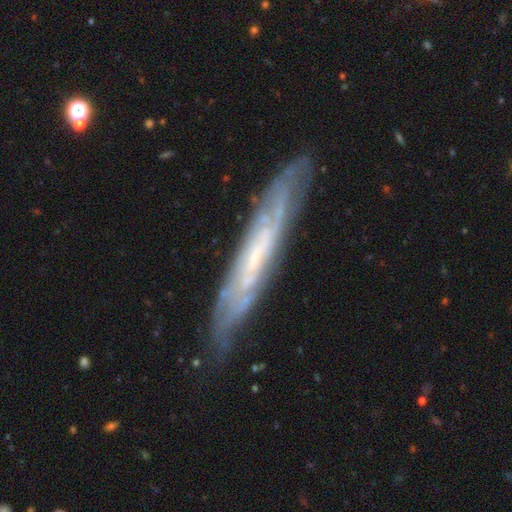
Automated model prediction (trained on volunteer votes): A featured or disk galaxy (74%) viewed edge-on (59%). Merging: none (80%).